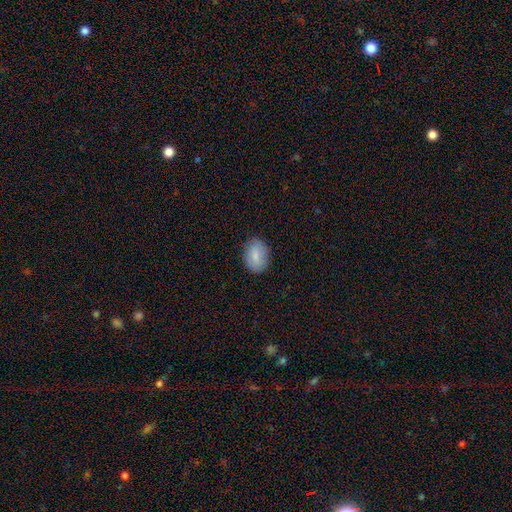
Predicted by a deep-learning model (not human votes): Smooth or featured? Predicted: smooth (p=0.80). How rounded? Predicted: in between (p=0.70). Merging? Predicted: none (p=0.83).